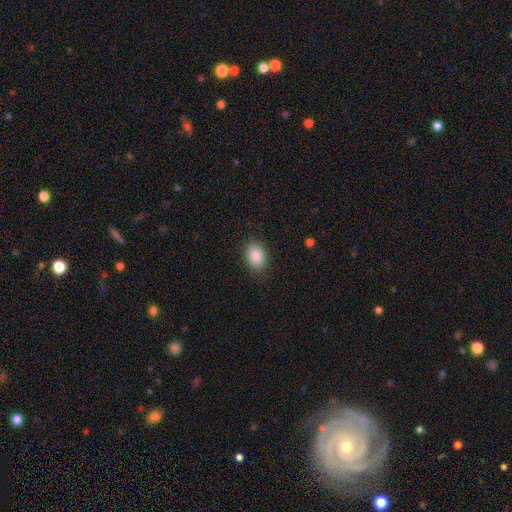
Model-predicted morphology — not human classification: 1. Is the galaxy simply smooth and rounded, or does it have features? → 86% smooth, 8% star or artifact, 6% featured or disk.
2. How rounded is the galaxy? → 82% in between, 17% round, 1% cigar-shaped.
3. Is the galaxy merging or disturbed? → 86% none, 10% minor disturbance, 3% major disturbance, 1% merger.